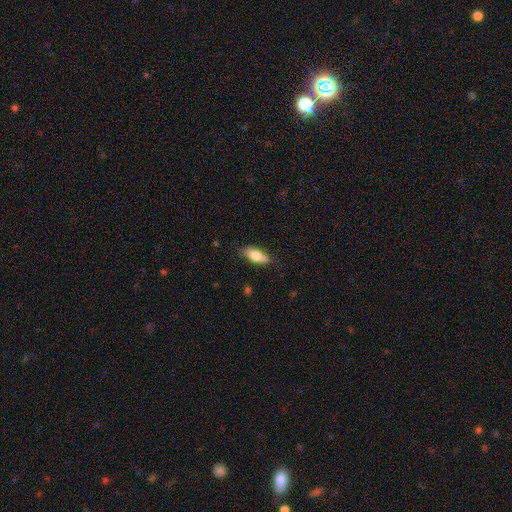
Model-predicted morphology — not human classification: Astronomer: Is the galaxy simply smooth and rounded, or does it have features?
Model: smooth — 72%.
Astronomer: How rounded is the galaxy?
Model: in between — 73%.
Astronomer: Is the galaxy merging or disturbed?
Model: none — 77%.